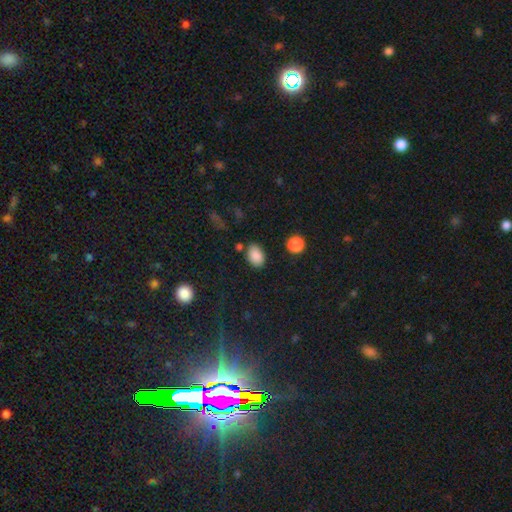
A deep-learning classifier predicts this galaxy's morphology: Overall: smooth (87%). How rounded: in between (84%). Merging: none (80%).